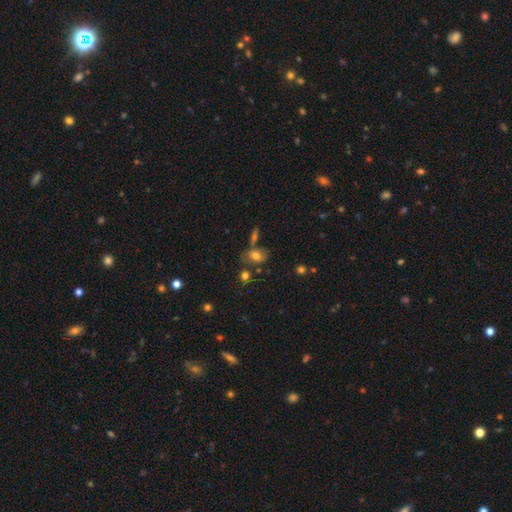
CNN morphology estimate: smooth 69%, featured or disk 19%, star or artifact 12%. Down the decision tree: how rounded — in between (81%); merging — none (55%).